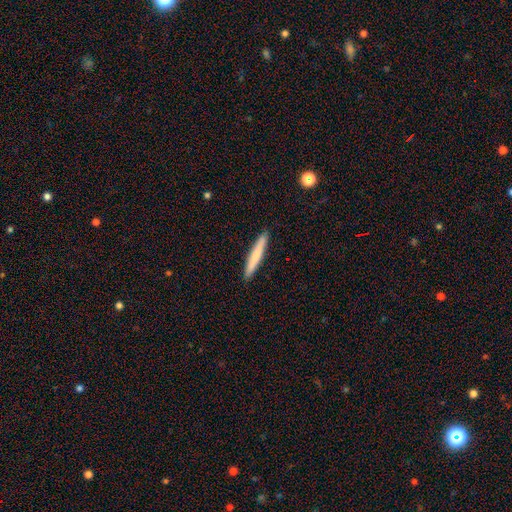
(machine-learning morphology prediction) smooth-or-featured: smooth: 73% | featured or disk: 22% | star or artifact: 5%
  how-rounded: cigar-shaped: 96% | in between: 3% | round: 1%
  merging: none: 92% | minor disturbance: 6% | major disturbance: 1% | merger: 1%